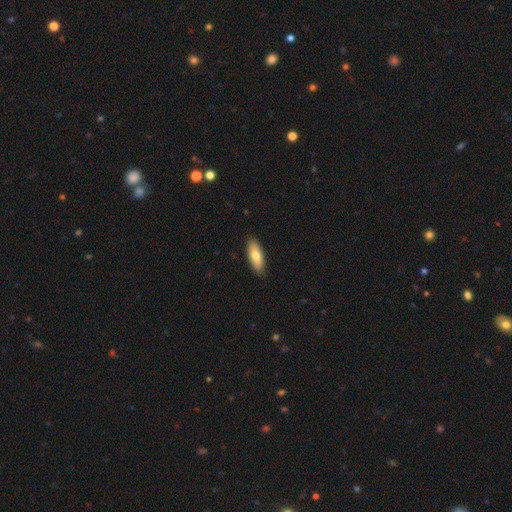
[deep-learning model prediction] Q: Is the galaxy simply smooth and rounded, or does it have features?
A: smooth — 77%.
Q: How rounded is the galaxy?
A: in between — 73%.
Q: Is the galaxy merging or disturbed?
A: none — 89%.